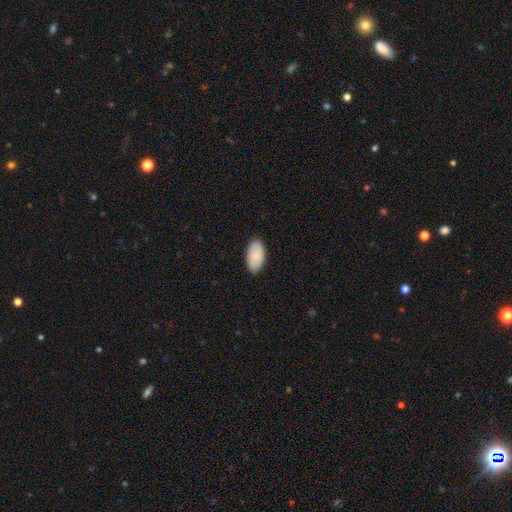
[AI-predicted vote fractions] This is clearly a smooth galaxy (87%). How rounded: clearly in between (96%). Merging: clearly none (87%).